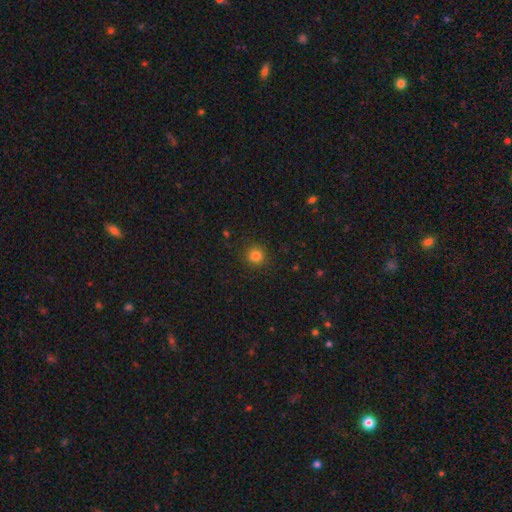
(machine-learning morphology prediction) smooth 82%, star or artifact 13%, featured or disk 5%. Down the decision tree: how rounded — round (94%); merging — none (91%).